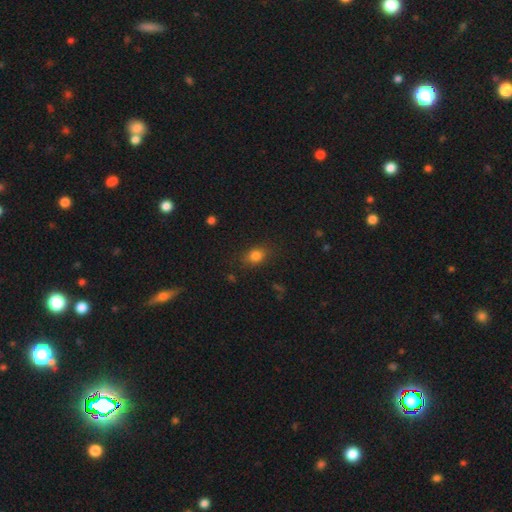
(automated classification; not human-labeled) Smooth or featured?
  - smooth: 81% *
  - star or artifact: 12%
  - featured or disk: 8%
How rounded?
  - in between: 61% *
  - round: 37%
  - cigar-shaped: 2%
Merging?
  - none: 81% *
  - minor disturbance: 14%
  - major disturbance: 4%
  - merger: 1%